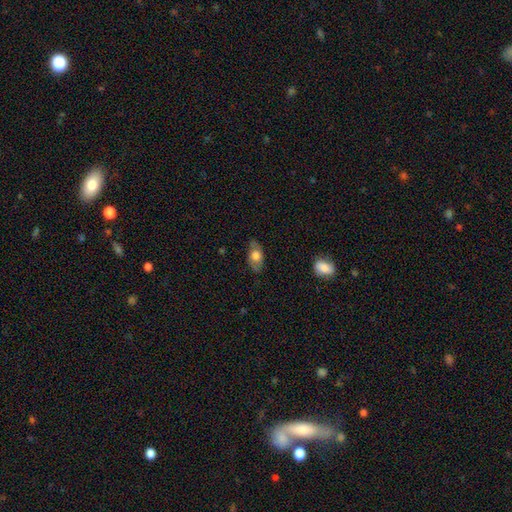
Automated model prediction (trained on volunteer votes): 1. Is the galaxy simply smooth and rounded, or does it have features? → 63% smooth, 30% featured or disk, 7% star or artifact.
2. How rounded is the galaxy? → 87% in between, 7% round, 5% cigar-shaped.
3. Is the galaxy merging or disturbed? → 74% none, 19% minor disturbance, 5% major disturbance, 1% merger.